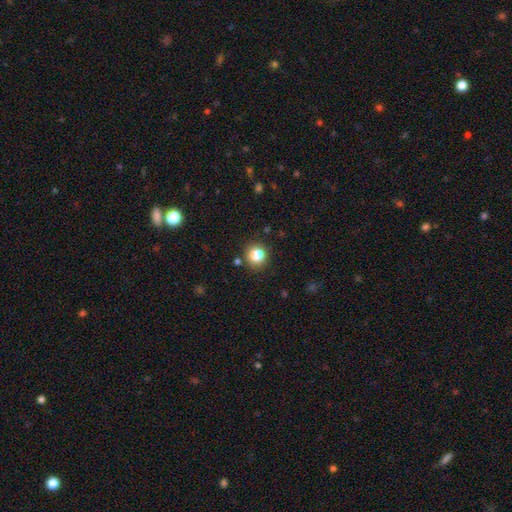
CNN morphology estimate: Smooth or featured: smooth — 82% (star or artifact — 12%)
How rounded: round — 87% (in between — 12%)
Merging: none — 86% (minor disturbance — 8%)